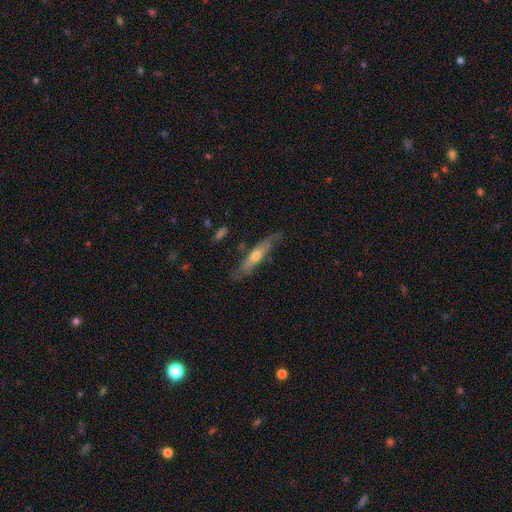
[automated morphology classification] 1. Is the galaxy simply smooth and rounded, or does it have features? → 62% featured or disk, 32% smooth, 6% star or artifact.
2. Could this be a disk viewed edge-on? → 73% yes, 27% no.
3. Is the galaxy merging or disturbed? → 69% none, 22% minor disturbance, 6% major disturbance, 2% merger.